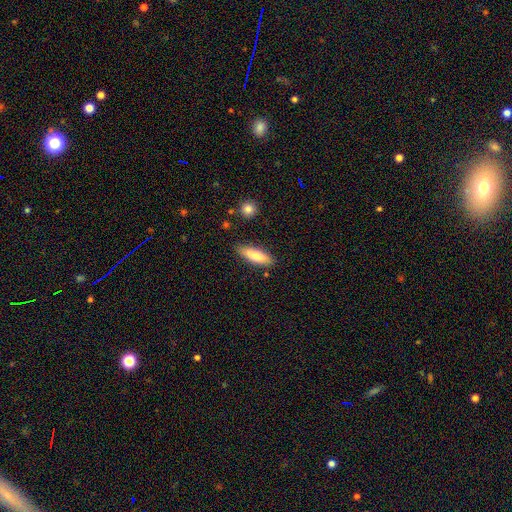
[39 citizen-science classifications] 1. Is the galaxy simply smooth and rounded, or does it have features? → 82% smooth, 13% featured or disk, 5% star or artifact.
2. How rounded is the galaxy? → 72% in between, 28% cigar-shaped, 0% round.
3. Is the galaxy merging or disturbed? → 84% none, 14% minor disturbance, 3% merger, 0% major disturbance.